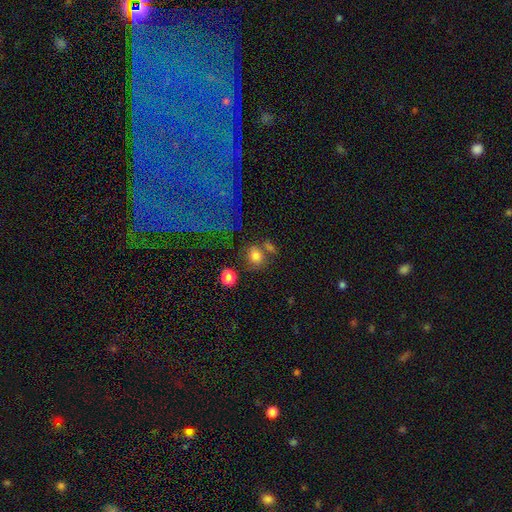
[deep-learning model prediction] A smooth galaxy with no disk features (77%) that is round (72%). Merging: none (62%).